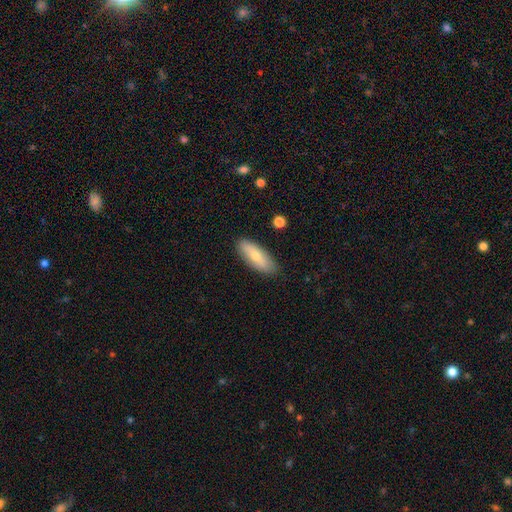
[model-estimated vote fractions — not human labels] This is likely a smooth galaxy (71%). How rounded: likely in between (67%). Merging: clearly none (86%).